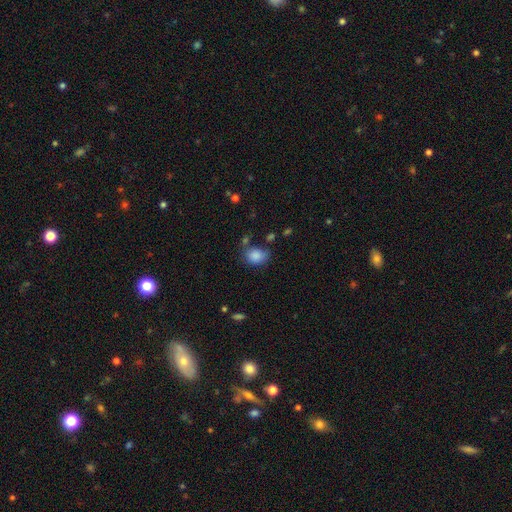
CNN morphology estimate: A smooth galaxy with no disk features (86%) that is in between round and cigar-shaped (57%). Merging: none (61%).